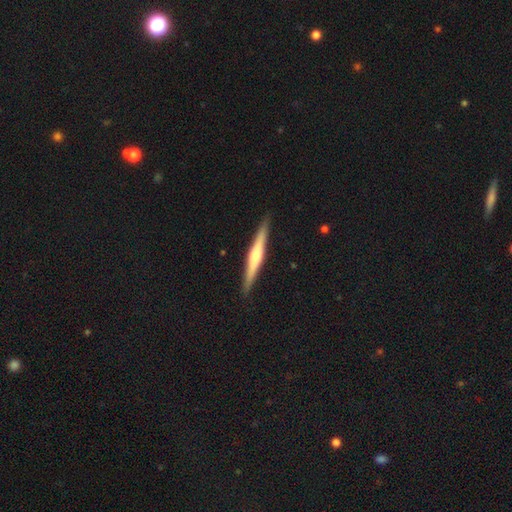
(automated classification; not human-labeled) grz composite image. It shows a featured or disk galaxy (62%) viewed edge-on (98%) with a rounded central bulge (73%). Merging: none (91%).